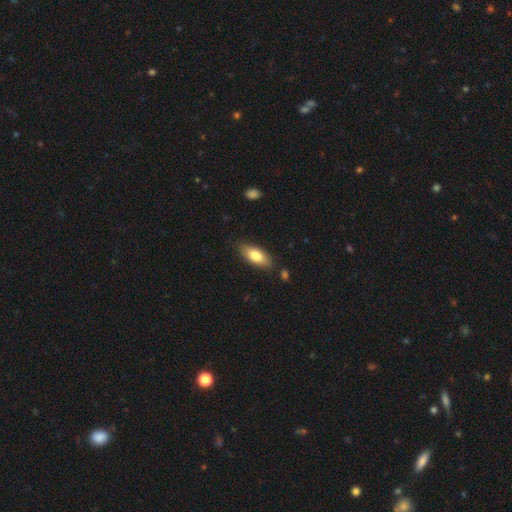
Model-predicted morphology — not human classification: A smooth galaxy with no disk features (76%) that is in between round and cigar-shaped (81%). Merging: none (84%).